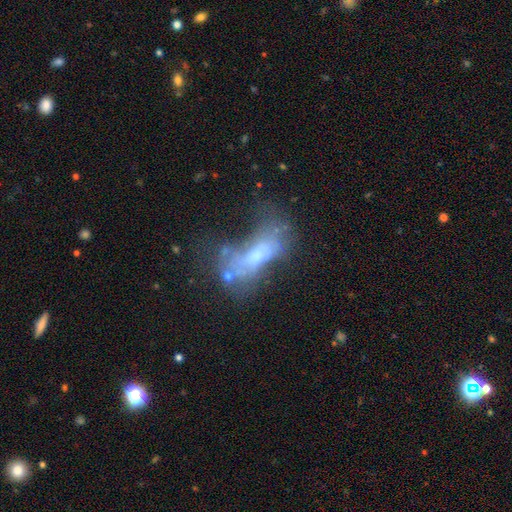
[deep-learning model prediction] Q: Smooth or featured?
A: featured or disk (47%); runner-up: smooth (38%)
Q: Merging?
A: major disturbance (35%); runner-up: none (26%)